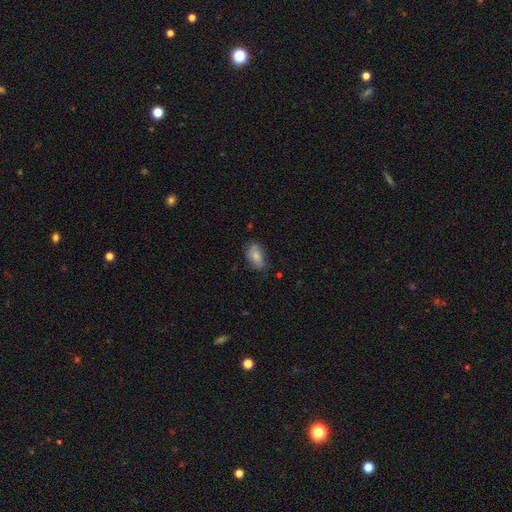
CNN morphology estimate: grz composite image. It shows a smooth galaxy with no disk features (73%) that is in between round and cigar-shaped (90%). Merging: none (64%).